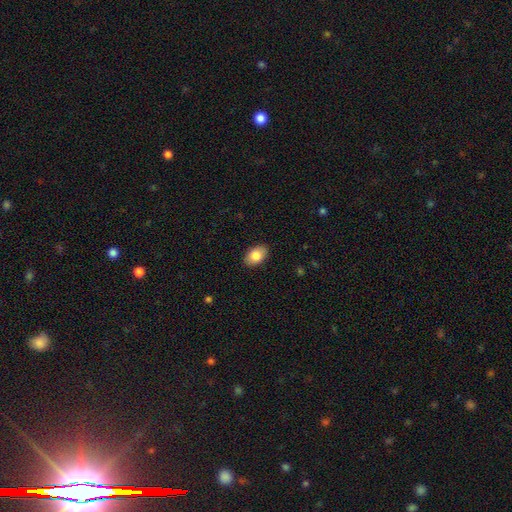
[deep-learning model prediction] Smooth or featured? Predicted: smooth (p=0.84). How rounded? Predicted: in between (p=0.89). Merging? Predicted: none (p=0.89).